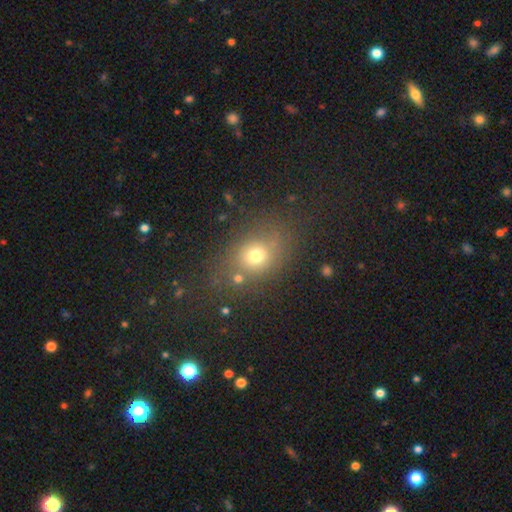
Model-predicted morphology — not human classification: Smooth or featured? Predicted: smooth (p=0.69). How rounded? Predicted: round (p=0.53). Merging? Predicted: none (p=0.67).